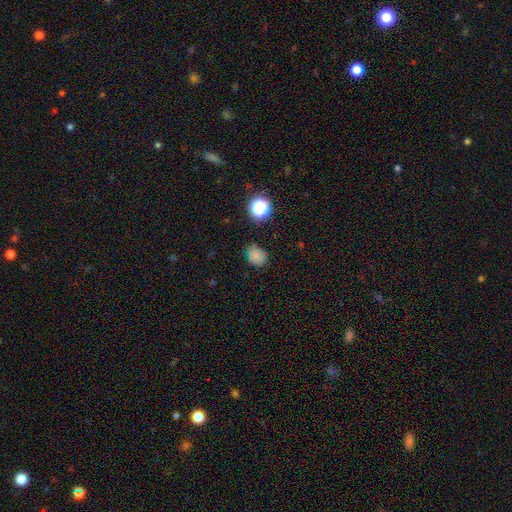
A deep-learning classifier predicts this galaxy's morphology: A smooth galaxy with no disk features (75%) that is round (57%). Merging: none (69%).